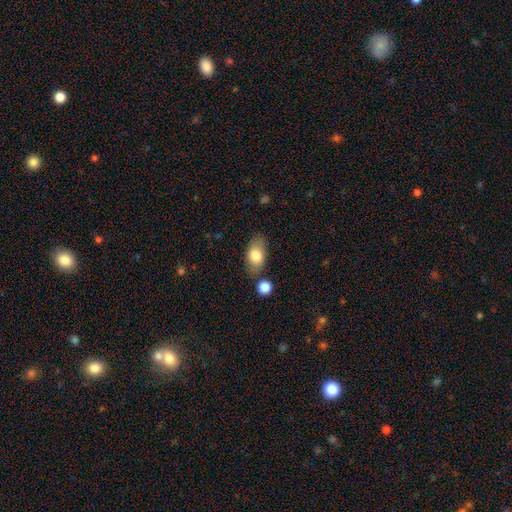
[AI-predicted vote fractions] Q: Smooth or featured?
A: smooth (79%); runner-up: featured or disk (14%)
Q: How rounded?
A: in between (89%); runner-up: round (8%)
Q: Merging?
A: none (72%); runner-up: minor disturbance (16%)